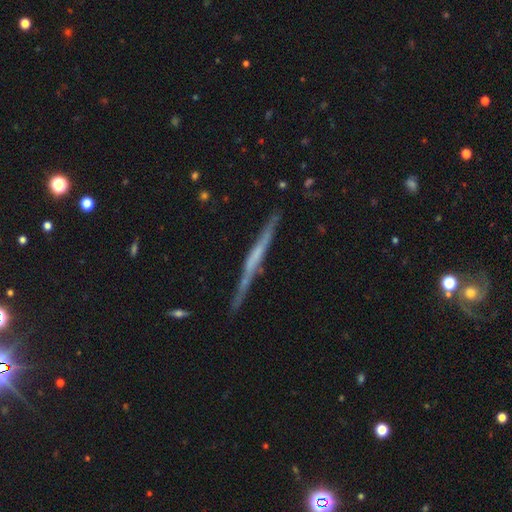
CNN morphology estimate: Smooth or featured?
  - featured or disk: 67% *
  - smooth: 26%
  - star or artifact: 6%
Edge-on disk?
  - yes: 96% *
  - no: 4%
Edge-on bulge?
  - none: 68% *
  - rounded: 16%
  - boxy: 16%
Merging?
  - none: 80% *
  - minor disturbance: 14%
  - major disturbance: 3%
  - merger: 3%